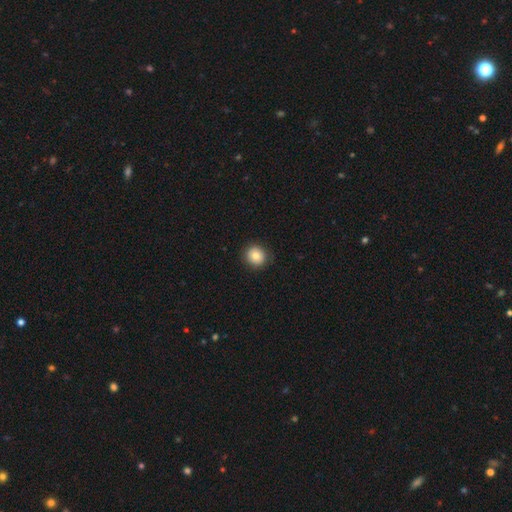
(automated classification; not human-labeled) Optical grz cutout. It shows a smooth galaxy with no disk features (80%) that is round (88%). Merging: none (88%).